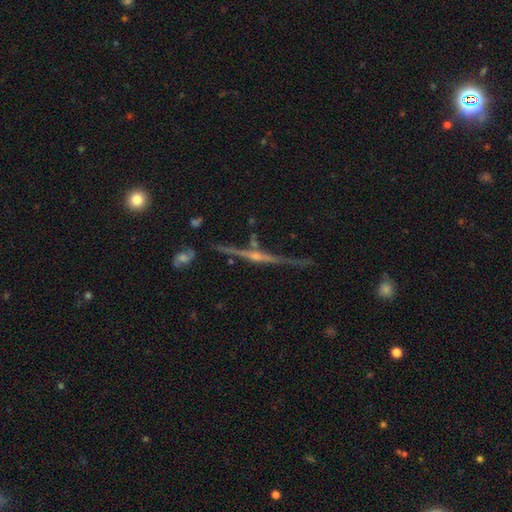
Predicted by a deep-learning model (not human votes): Smooth or featured: featured or disk — 82% (star or artifact — 10%)
Edge-on disk: yes — 96% (no — 4%)
Edge-on bulge: rounded — 79% (none — 13%)
Merging: none — 73% (minor disturbance — 15%)